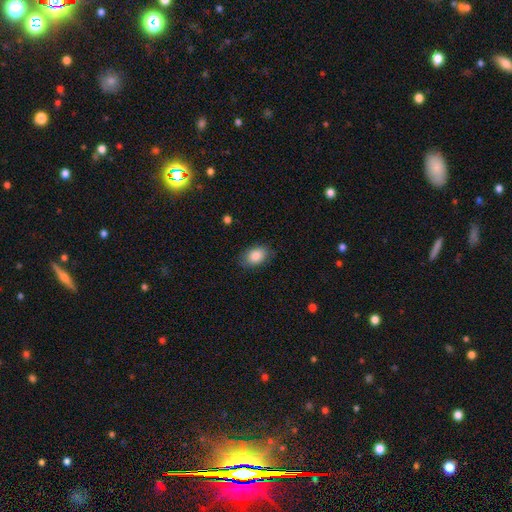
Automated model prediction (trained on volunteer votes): Overall: smooth (87%). How rounded: in between (86%). Merging: none (84%).